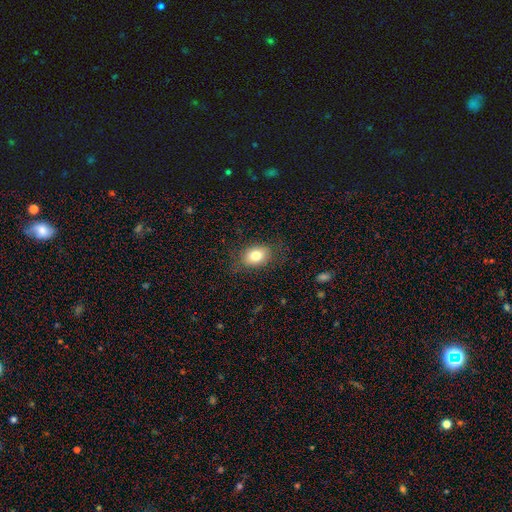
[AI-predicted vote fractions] Q: Smooth or featured?
A: smooth (78%); runner-up: featured or disk (13%)
Q: How rounded?
A: in between (74%); runner-up: round (24%)
Q: Merging?
A: none (79%); runner-up: minor disturbance (14%)